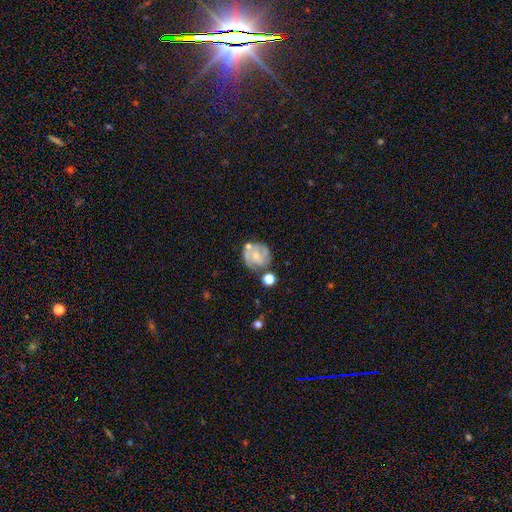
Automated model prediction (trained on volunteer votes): A featured or disk galaxy (65%) with no bar (71%), 2 (45%) tight (53%) spiral arms (83%) and a small central bulge (60%).

Vote fractions:
- Smooth or featured? featured or disk: 65% / smooth: 28% / star or artifact: 7%
- Edge-on disk? no: 98% / yes: 2%
- Bar? no: 71% / weak: 25% / strong: 4%
- Spiral arms? yes: 83% / no: 17%
- Spiral winding? tight: 53% / medium: 35% / loose: 12%
- Spiral arm count? 2: 45% / can't tell: 25% / 3: 16% / 1: 7% / 4: 3% / more than 4: 3%
- Bulge size? small: 60% / moderate: 29% / none: 8% / large: 2% / dominant: 1%
- Merging? none: 59% / minor disturbance: 20% / merger: 13% / major disturbance: 8%